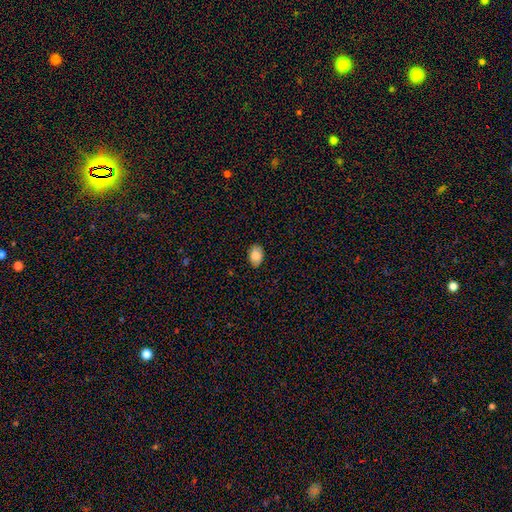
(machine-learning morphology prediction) Smooth or featured? smooth (82%)
How rounded? in between (87%)
Merging? none (84%)